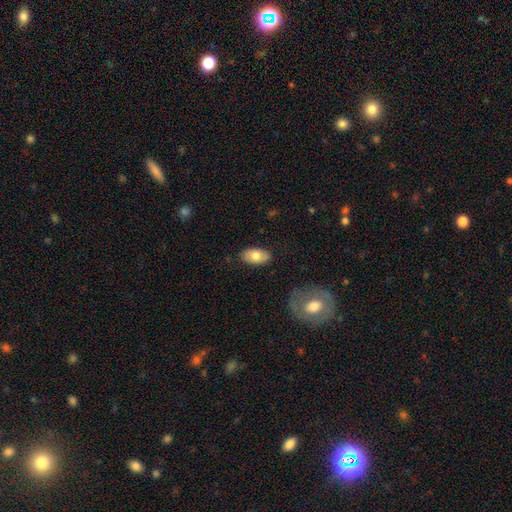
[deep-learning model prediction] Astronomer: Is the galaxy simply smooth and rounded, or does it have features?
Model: smooth — 77%.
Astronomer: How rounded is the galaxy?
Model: in between — 94%.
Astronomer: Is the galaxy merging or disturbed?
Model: none — 85%.